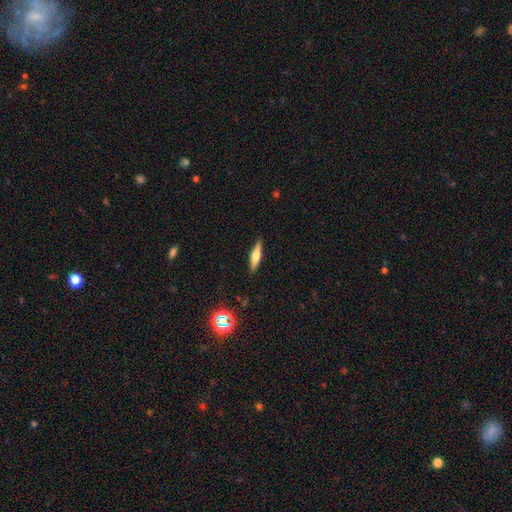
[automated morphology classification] Smooth or featured? smooth (47%)
Merging? none (90%)